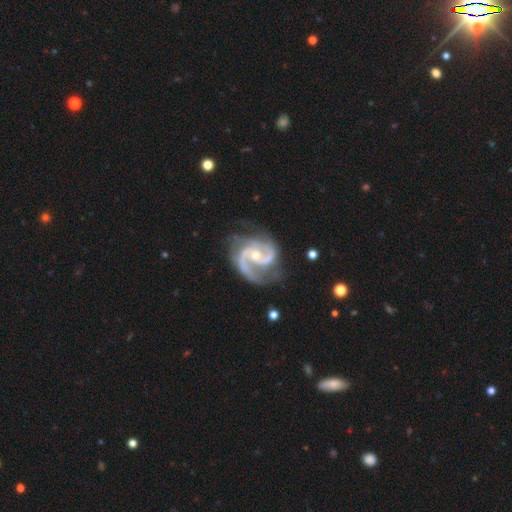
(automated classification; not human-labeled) Q: Smooth or featured?
A: featured or disk (93%); runner-up: star or artifact (4%)
Q: Edge-on disk?
A: no (98%); runner-up: yes (2%)
Q: Bar?
A: no (51%); runner-up: weak (37%)
Q: Spiral arms?
A: yes (99%); runner-up: no (1%)
Q: Spiral winding?
A: medium (62%); runner-up: tight (21%)
Q: Spiral arm count?
A: 2 (87%); runner-up: 3 (5%)
Q: Bulge size?
A: small (49%); runner-up: moderate (48%)
Q: Merging?
A: none (68%); runner-up: minor disturbance (20%)